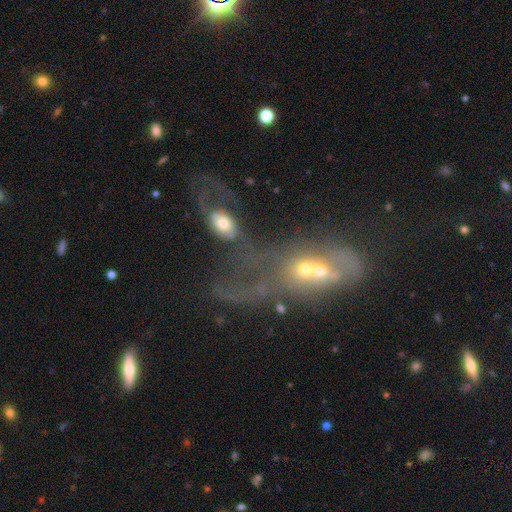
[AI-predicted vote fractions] smooth-or-featured: featured or disk: 56% | smooth: 29% | star or artifact: 16%
  disk-edge-on: no: 86% | yes: 14%
  merging: merger: 72% | major disturbance: 13% | none: 9% | minor disturbance: 5%